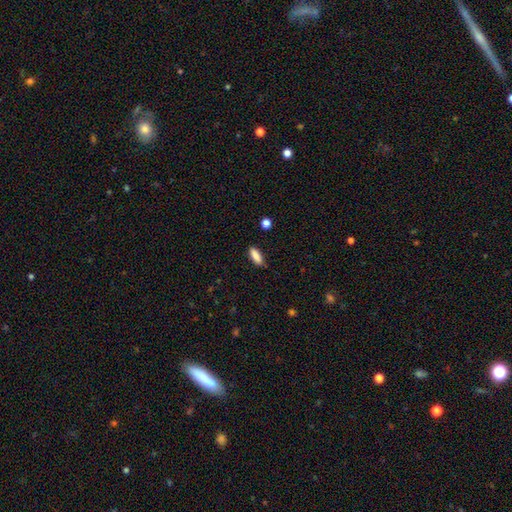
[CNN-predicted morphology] smooth 87%, star or artifact 7%, featured or disk 6%. Down the decision tree: how rounded — in between (66%); merging — none (83%).